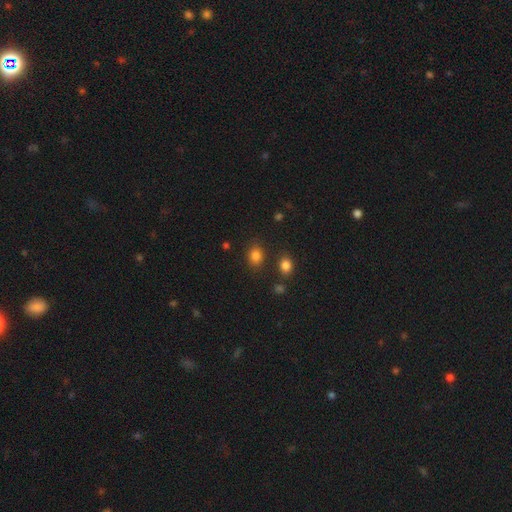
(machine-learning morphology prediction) Overall: smooth (83%). How rounded: in between (53%; round 46%). Merging: none (79%).